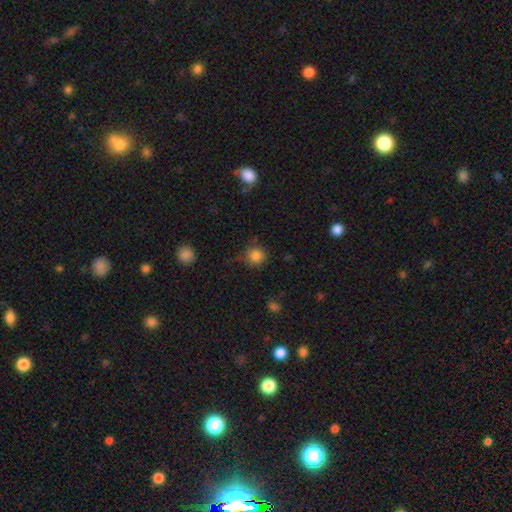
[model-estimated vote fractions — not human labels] smooth_or_featured: smooth (p=0.83) [alt: star or artifact p=0.12]
how_rounded: round (p=0.93) [alt: in between p=0.06]
merging: none (p=0.78) [alt: minor disturbance p=0.15]